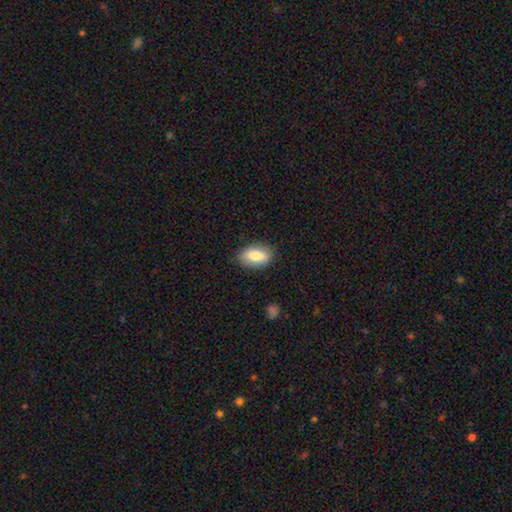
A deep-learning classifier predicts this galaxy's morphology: Overall: smooth (75%). How rounded: in between (88%). Merging: none (84%).